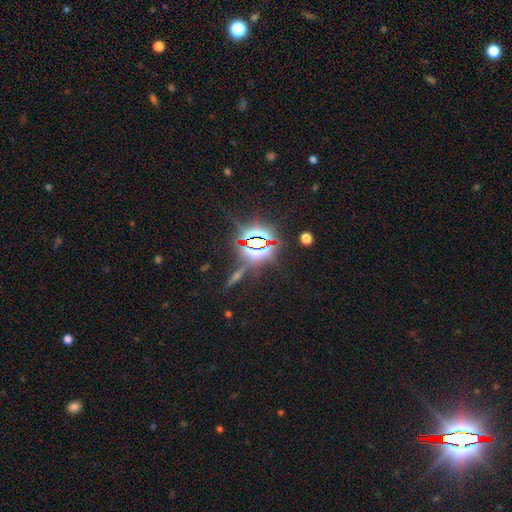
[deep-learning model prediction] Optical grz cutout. It shows a star or artifact, not a galaxy (85%).